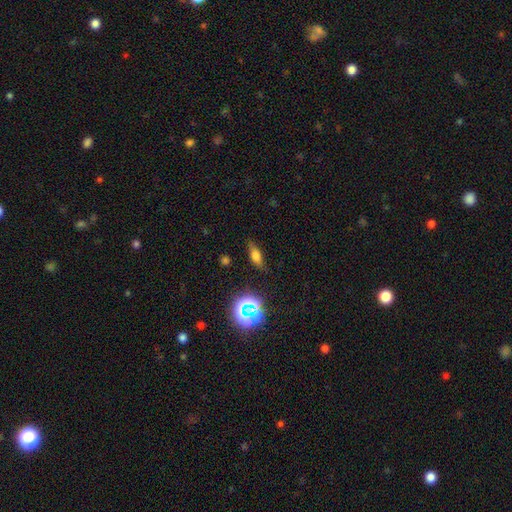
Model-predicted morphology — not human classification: smooth_or_featured: smooth (p=0.63) [alt: featured or disk p=0.20]
how_rounded: in between (p=0.61) [alt: cigar-shaped p=0.31]
merging: none (p=0.77) [alt: minor disturbance p=0.16]